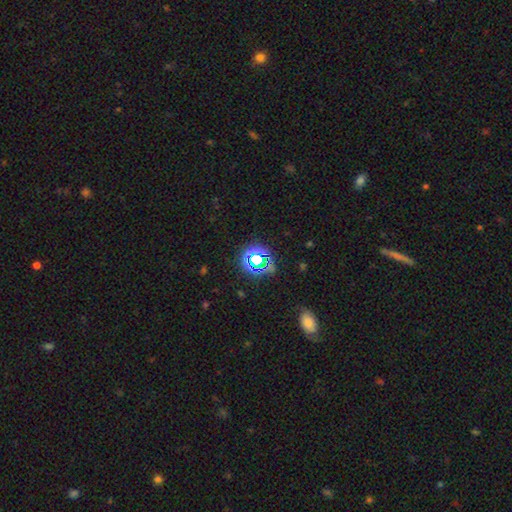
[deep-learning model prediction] A star or artifact, not a galaxy (67%).

Vote fractions:
- Smooth or featured? star or artifact: 67% / smooth: 24% / featured or disk: 10%